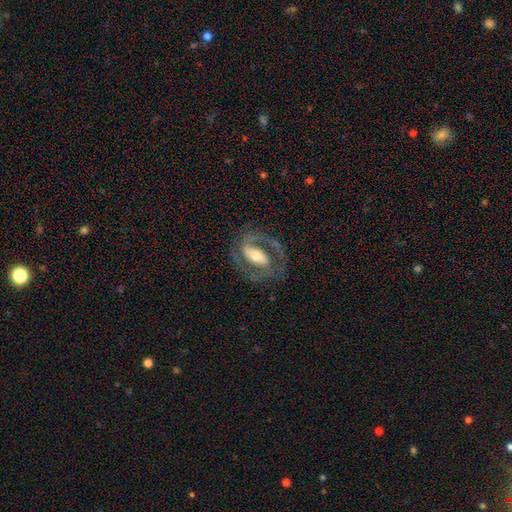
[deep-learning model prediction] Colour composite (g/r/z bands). It shows a featured or disk galaxy (80%) with a strong bar (47%), 2 (78%) medium (50%) spiral arms (86%) and a moderate central bulge (59%). Merging: none (69%).